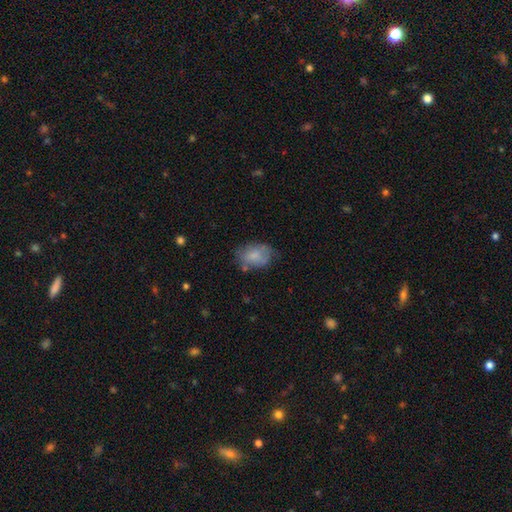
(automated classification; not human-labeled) Overall: smooth (73%). How rounded: in between (77%). Merging: none (54%; minor disturbance 29%).